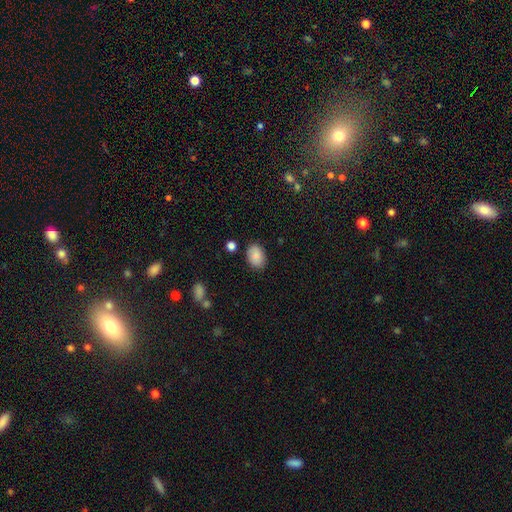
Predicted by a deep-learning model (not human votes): Smooth or featured?
  - smooth: 86% *
  - star or artifact: 7%
  - featured or disk: 6%
How rounded?
  - in between: 81% *
  - round: 18%
  - cigar-shaped: 1%
Merging?
  - none: 84% *
  - minor disturbance: 11%
  - major disturbance: 3%
  - merger: 2%